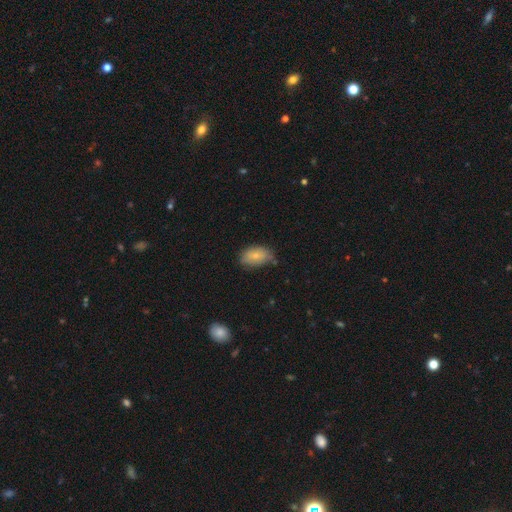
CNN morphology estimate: This is likely a smooth galaxy (78%). How rounded: clearly in between (90%). Merging: likely none (64%).